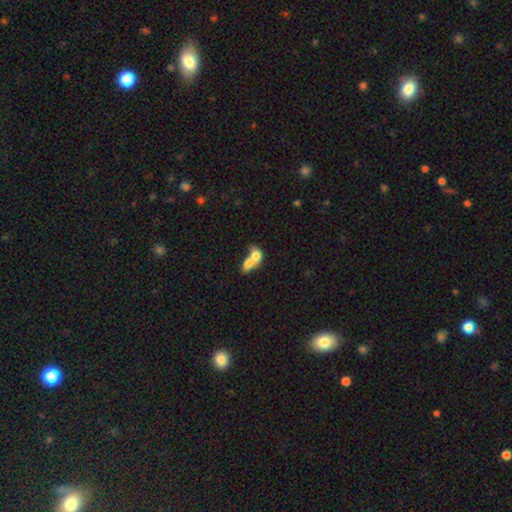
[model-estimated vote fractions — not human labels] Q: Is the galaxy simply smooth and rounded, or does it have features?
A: smooth — 69%.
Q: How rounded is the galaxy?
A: in between — 71%.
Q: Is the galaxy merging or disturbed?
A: merger — 78%.